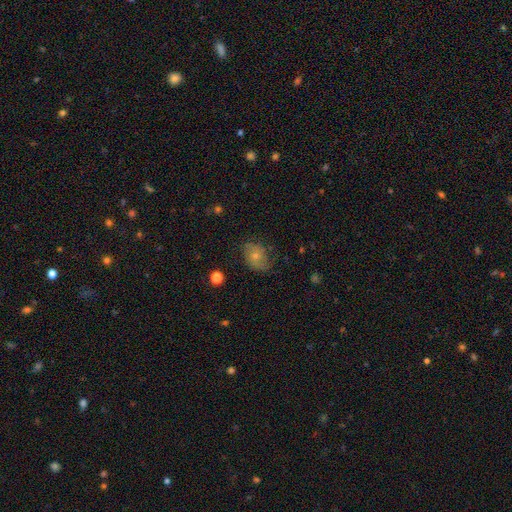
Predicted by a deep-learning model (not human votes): A smooth galaxy with no disk features (62%) that is in between round and cigar-shaped (68%).

Vote fractions:
- Smooth or featured? smooth: 62% / featured or disk: 29% / star or artifact: 9%
- How rounded? in between: 68% / round: 31% / cigar-shaped: 1%
- Merging? none: 67% / minor disturbance: 24% / major disturbance: 8% / merger: 1%